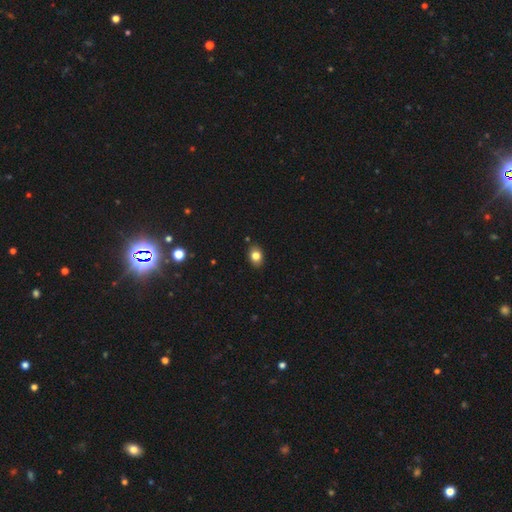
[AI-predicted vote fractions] A smooth galaxy with no disk features (81%) that is in between round and cigar-shaped (70%).

Vote fractions:
- Smooth or featured? smooth: 81% / star or artifact: 10% / featured or disk: 9%
- How rounded? in between: 70% / round: 29% / cigar-shaped: 1%
- Merging? none: 86% / minor disturbance: 10% / major disturbance: 2% / merger: 2%